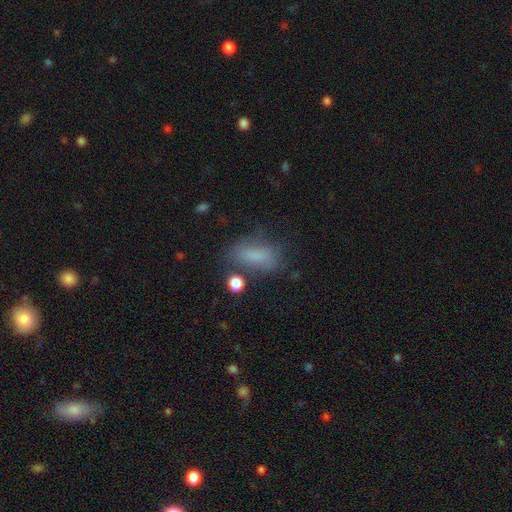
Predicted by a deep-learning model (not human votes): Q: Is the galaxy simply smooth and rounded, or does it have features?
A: smooth — 75%.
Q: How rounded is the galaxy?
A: in between — 81%.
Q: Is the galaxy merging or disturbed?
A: none — 59%.